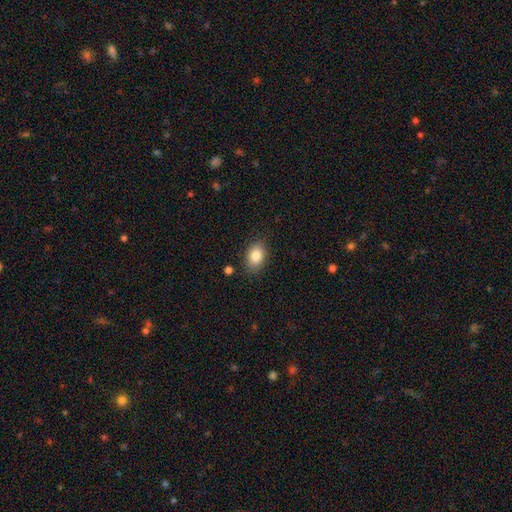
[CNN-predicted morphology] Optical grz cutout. It shows a smooth galaxy with no disk features (85%) that is in between round and cigar-shaped (82%). Merging: none (84%).